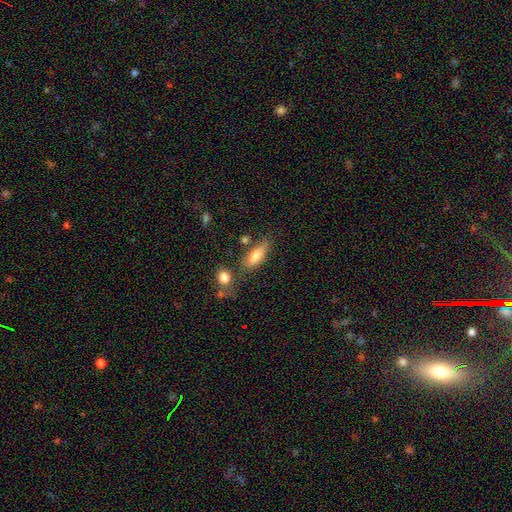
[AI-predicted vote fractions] Overall: smooth (74%). How rounded: in between (60%; cigar-shaped 37%). Merging: none (61%).